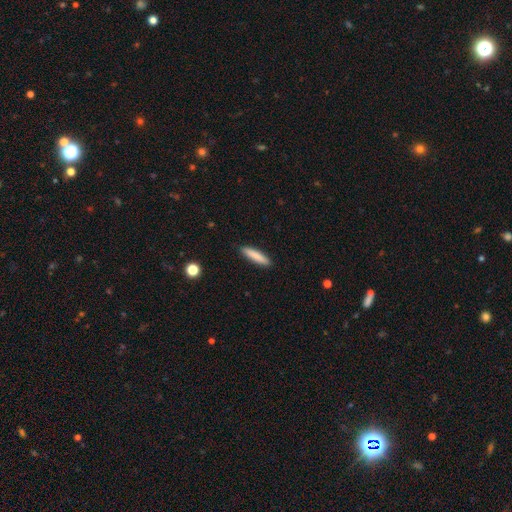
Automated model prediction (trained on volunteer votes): Smooth or featured: smooth — 84% (featured or disk — 10%)
How rounded: cigar-shaped — 84% (in between — 15%)
Merging: none — 90% (minor disturbance — 7%)